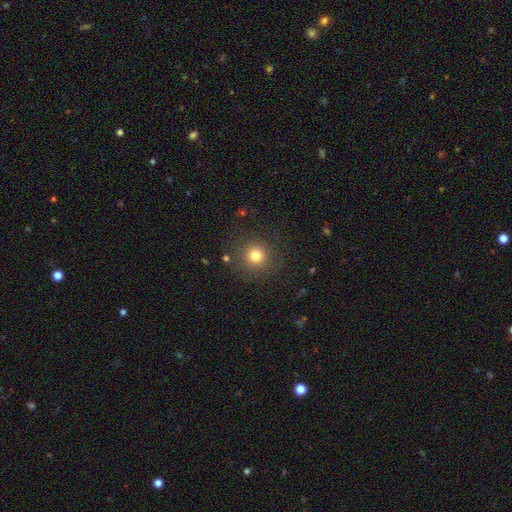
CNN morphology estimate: type=smooth (77%); roundness=round (94%); merging=none (86%).